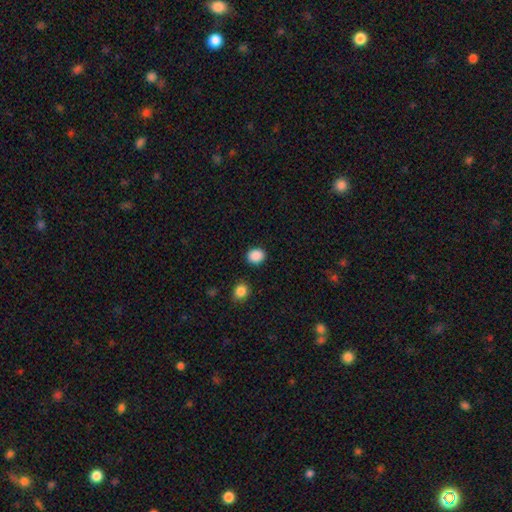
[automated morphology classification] Smooth or featured? smooth (89%)
How rounded? round (62%)
Merging? none (87%)